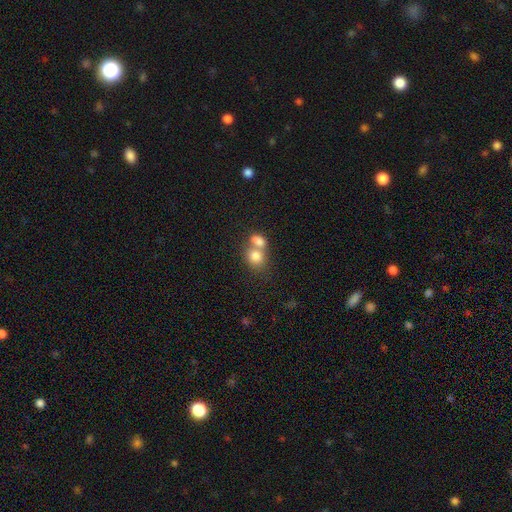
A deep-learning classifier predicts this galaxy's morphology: Smooth or featured?
  - smooth: 79% *
  - featured or disk: 11%
  - star or artifact: 9%
How rounded?
  - round: 55% *
  - in between: 44%
  - cigar-shaped: 1%
Merging?
  - merger: 61% *
  - none: 28%
  - minor disturbance: 7%
  - major disturbance: 4%